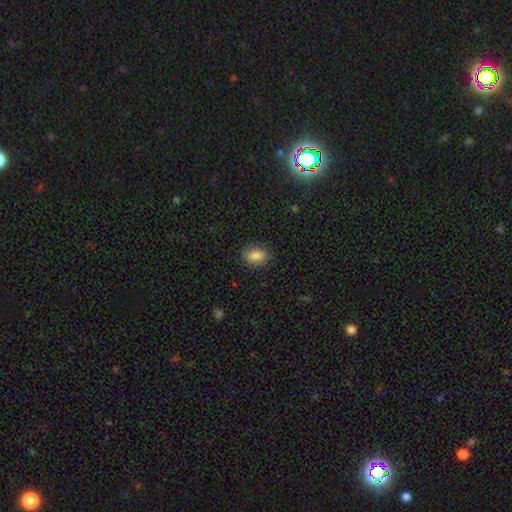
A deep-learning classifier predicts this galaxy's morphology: Smooth or featured? smooth (85%)
How rounded? in between (68%)
Merging? none (84%)